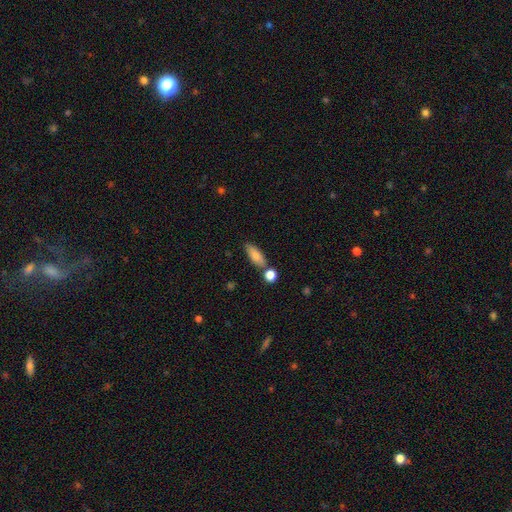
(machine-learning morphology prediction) This is clearly a smooth galaxy (81%). How rounded: likely in between (66%). Merging: likely none (70%).